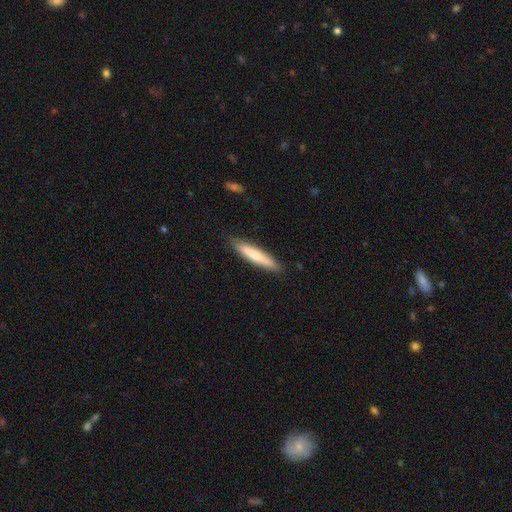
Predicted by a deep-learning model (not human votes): smooth-or-featured: smooth: 68% | featured or disk: 27% | star or artifact: 5%
  how-rounded: cigar-shaped: 89% | in between: 10% | round: 1%
  merging: none: 88% | minor disturbance: 9% | major disturbance: 2% | merger: 1%